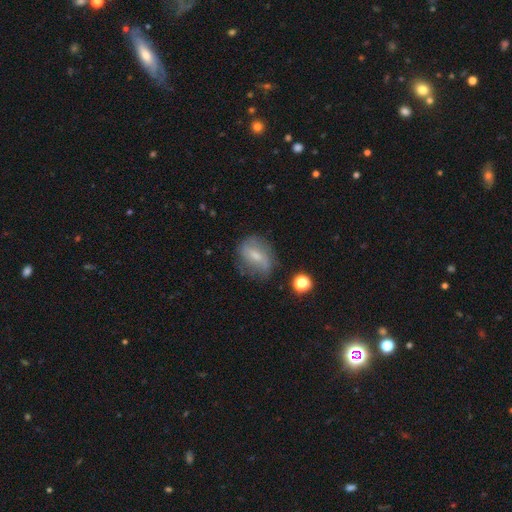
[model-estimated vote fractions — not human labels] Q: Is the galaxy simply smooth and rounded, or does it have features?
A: smooth — 45%, tied with featured or disk.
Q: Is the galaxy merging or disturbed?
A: none — 62%.